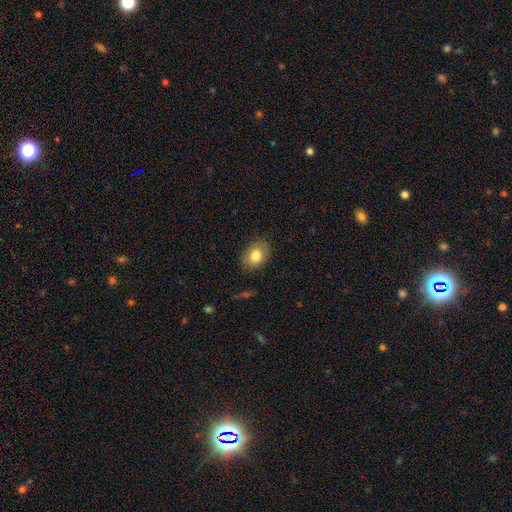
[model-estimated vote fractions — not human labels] smooth-or-featured: smooth: 81% | featured or disk: 11% | star or artifact: 8%
  how-rounded: in between: 74% | round: 25% | cigar-shaped: 1%
  merging: none: 85% | minor disturbance: 11% | major disturbance: 3% | merger: 1%